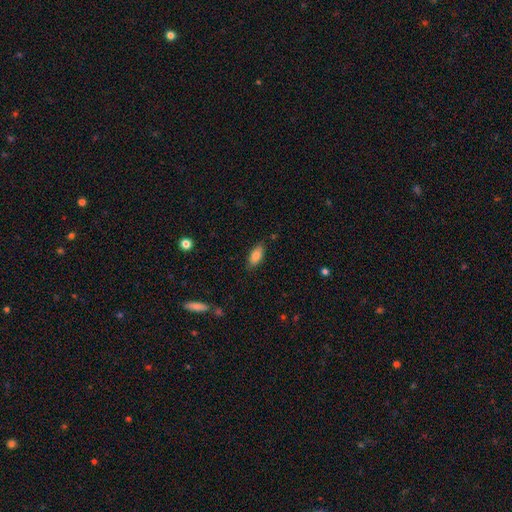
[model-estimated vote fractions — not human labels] Q: Smooth or featured?
A: smooth (82%); runner-up: featured or disk (10%)
Q: How rounded?
A: in between (85%); runner-up: cigar-shaped (12%)
Q: Merging?
A: none (83%); runner-up: minor disturbance (13%)